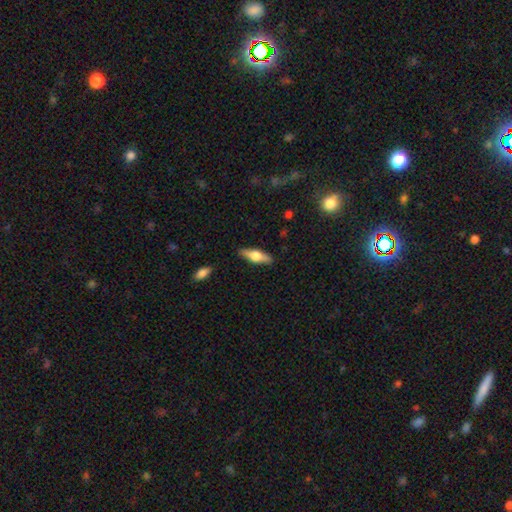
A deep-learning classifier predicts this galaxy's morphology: Overall: smooth (47%, tied with featured or disk). Merging: none (88%).